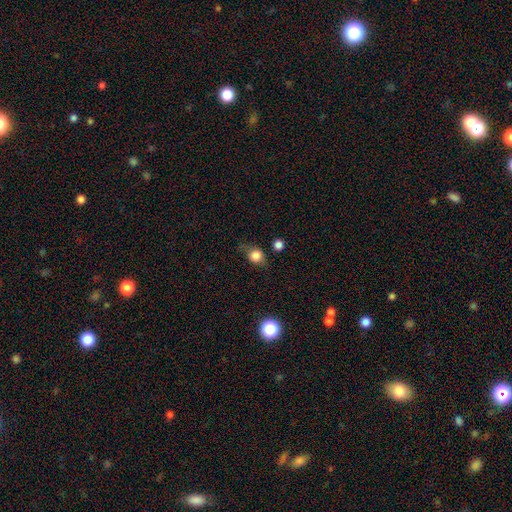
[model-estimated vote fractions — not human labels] smooth 79%, star or artifact 11%, featured or disk 10%. Down the decision tree: how rounded — round (72%); merging — none (64%).